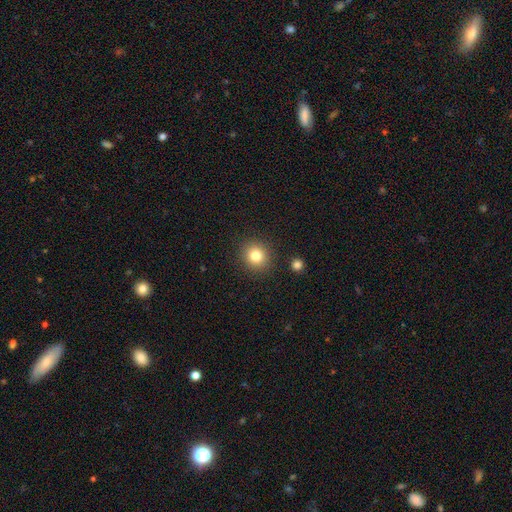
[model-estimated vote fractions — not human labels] Smooth or featured: smooth — 81% (star or artifact — 12%)
How rounded: round — 88% (in between — 11%)
Merging: none — 89% (minor disturbance — 6%)